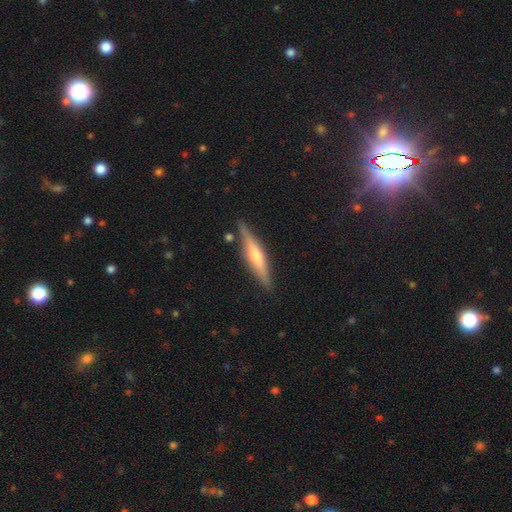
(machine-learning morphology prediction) This is likely a featured or disk galaxy (65%). It is clearly viewed edge-on (96%). Edge-on bulge: likely rounded (78%). Merging: clearly none (87%).